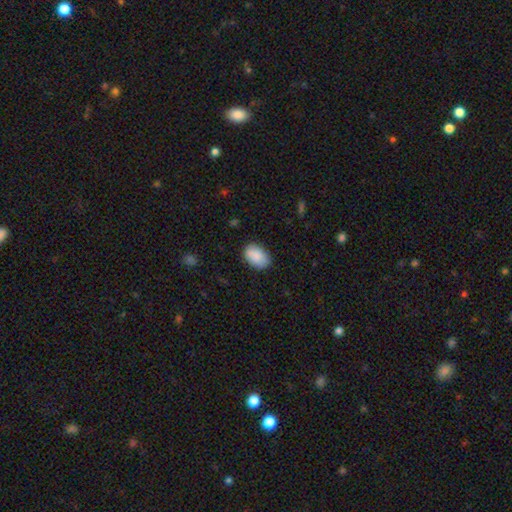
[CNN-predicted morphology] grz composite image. It shows a smooth galaxy with no disk features (90%) that is in between round and cigar-shaped (90%). Merging: none (83%).